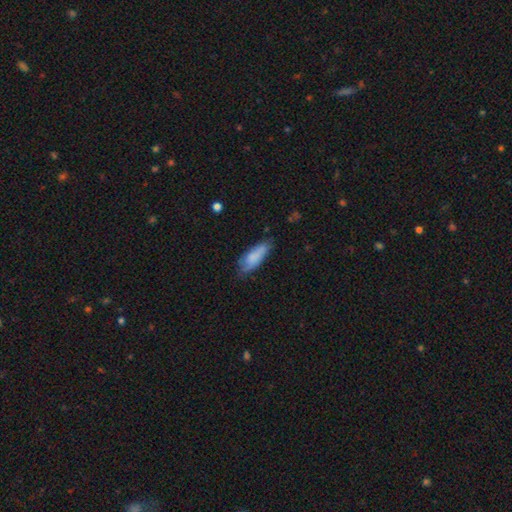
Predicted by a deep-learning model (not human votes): This is clearly a smooth galaxy (81%). How rounded: likely in between (67%). Merging: likely none (66%).